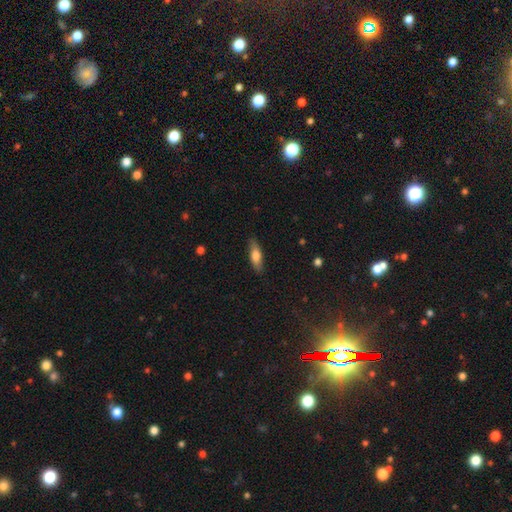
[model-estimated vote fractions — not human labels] smooth-or-featured: smooth: 68% | featured or disk: 26% | star or artifact: 6%
  how-rounded: cigar-shaped: 53% | in between: 45% | round: 2%
  merging: none: 86% | minor disturbance: 11% | major disturbance: 2% | merger: 1%